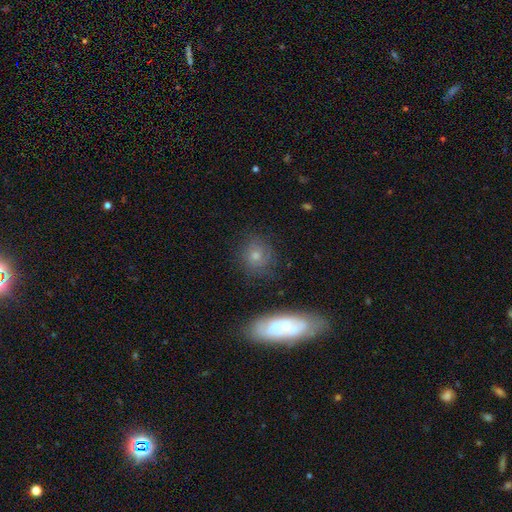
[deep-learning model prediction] A smooth galaxy with no disk features (57%) that is round (69%). Merging: none (79%).